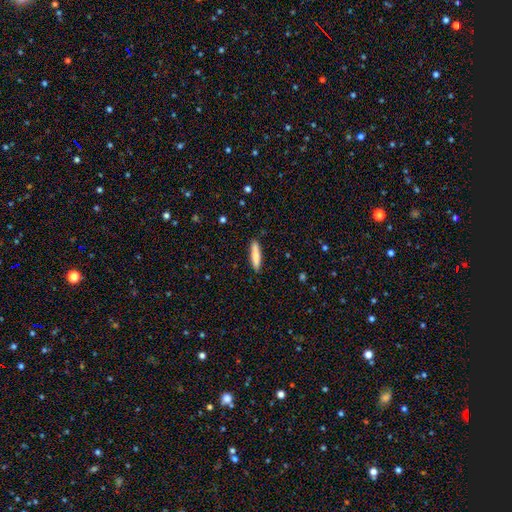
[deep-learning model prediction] This is clearly a smooth galaxy (82%). How rounded: clearly cigar-shaped (84%). Merging: clearly none (90%).